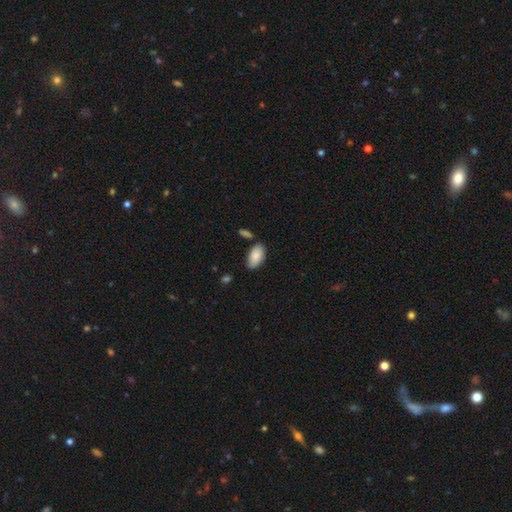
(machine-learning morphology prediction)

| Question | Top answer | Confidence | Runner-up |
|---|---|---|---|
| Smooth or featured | smooth | 85% | featured or disk (9%) |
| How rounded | in between | 95% | cigar-shaped (3%) |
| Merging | none | 76% | minor disturbance (16%) |